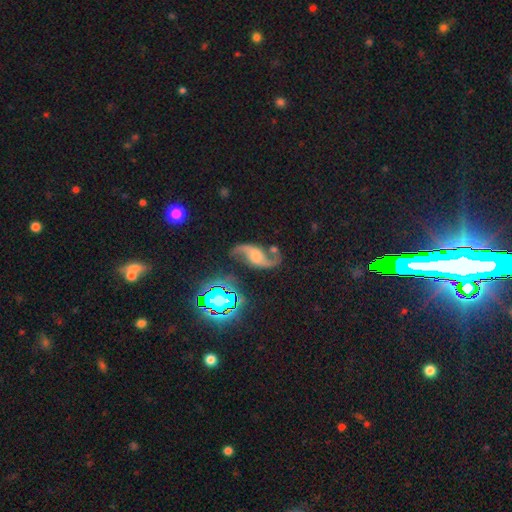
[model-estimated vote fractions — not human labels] smooth_or_featured: featured or disk (p=0.84) [alt: star or artifact p=0.10]
disk_edge_on: no (p=0.96) [alt: yes p=0.04]
bar: no (p=0.50) [alt: weak p=0.36]
has_spiral_arms: yes (p=0.97) [alt: no p=0.03]
spiral_winding: loose (p=0.78) [alt: medium p=0.18]
spiral_arm_count: 2 (p=0.94) [alt: 1 p=0.02]
bulge_size: moderate (p=0.39) [alt: small p=0.28]
merging: none (p=0.71) [alt: minor disturbance p=0.15]